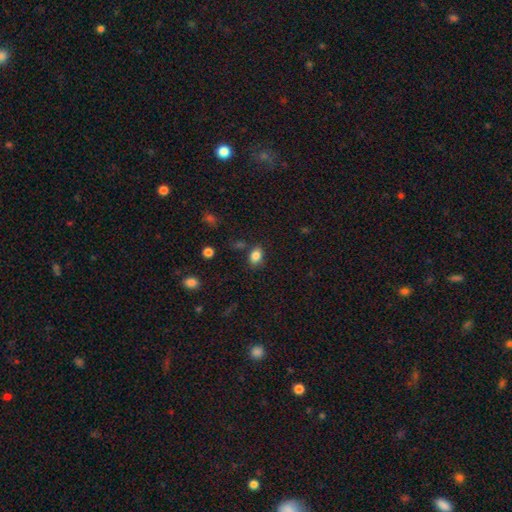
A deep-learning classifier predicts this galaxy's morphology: This appears to be a smooth galaxy with no disk features (84%) that is in between round and cigar-shaped (78%). Merging: none (77%).